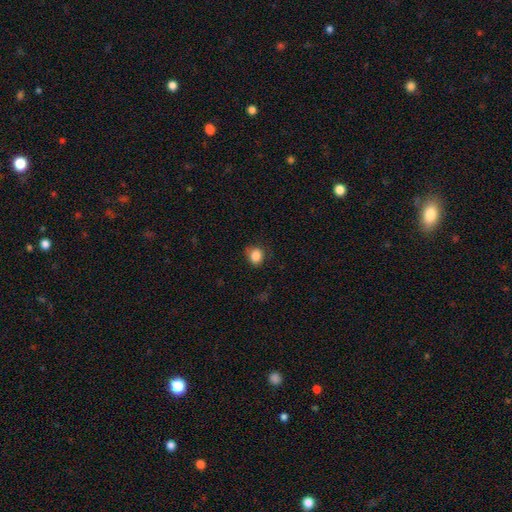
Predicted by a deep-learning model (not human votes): Smooth or featured? Predicted: smooth (p=0.86). How rounded? Predicted: round (p=0.69). Merging? Predicted: none (p=0.77).